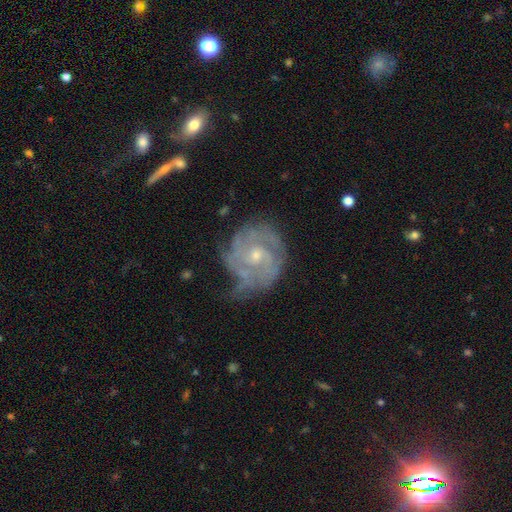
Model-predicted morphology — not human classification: Overall: featured or disk (84%). Edge-on disk: no (98%). Bar: no (65%; weak 30%). Spiral arms: yes (93%). Spiral arm count: can't tell (31%; 2 27%). Spiral winding: tight (63%; medium 29%). Bulge size: small (57%; moderate 40%). Merging: none (56%; minor disturbance 26%).